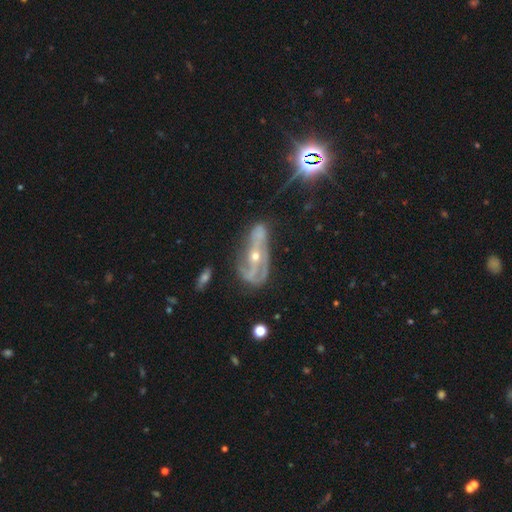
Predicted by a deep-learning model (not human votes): smooth-or-featured: featured or disk: 78% | star or artifact: 12% | smooth: 10%
  disk-edge-on: no: 88% | yes: 12%
    bar: no: 48% | weak: 27% | strong: 26%
    has-spiral-arms: yes: 81% | no: 19%
      spiral-winding: medium: 38% | loose: 34% | tight: 27%
      spiral-arm-count: 2: 59% | can't tell: 21% | 1: 8% | 3: 7% | 4: 2% | more than 4: 2%
    bulge-size: small: 50% | moderate: 46% | large: 1% | none: 1% | dominant: 1%
  merging: none: 38% | minor disturbance: 25% | major disturbance: 24% | merger: 14%